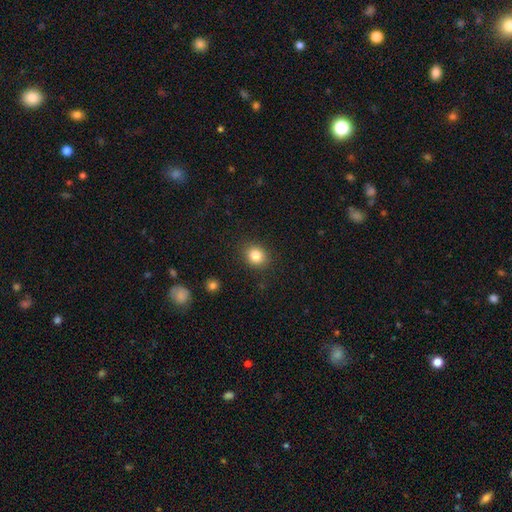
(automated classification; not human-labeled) Smooth or featured? smooth (84%)
How rounded? round (75%)
Merging? none (89%)